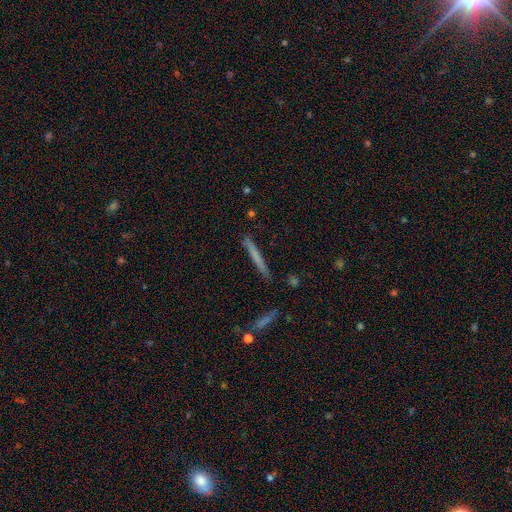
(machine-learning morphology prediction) Overall: smooth (63%; featured or disk 30%). How rounded: cigar-shaped (96%). Merging: none (86%).